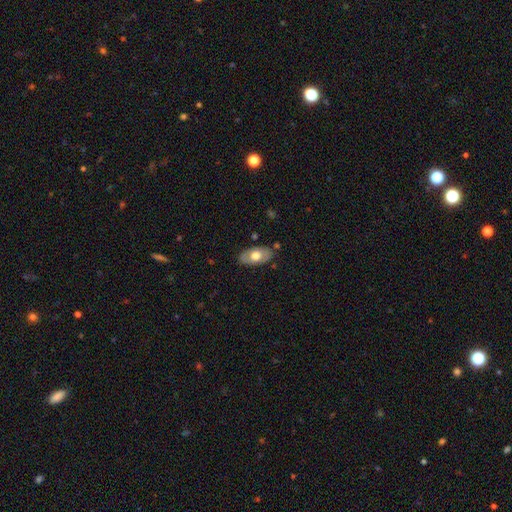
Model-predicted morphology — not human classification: type=smooth (53%); roundness=in between (91%); merging=none (81%).